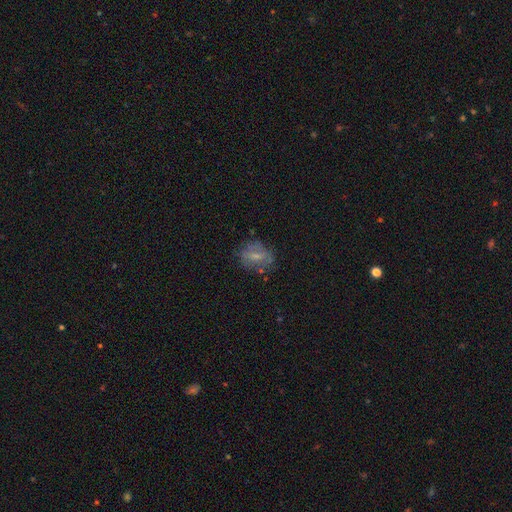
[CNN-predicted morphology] A smooth galaxy with no disk features (50%) that is in between round and cigar-shaped (53%). Merging: none (64%).